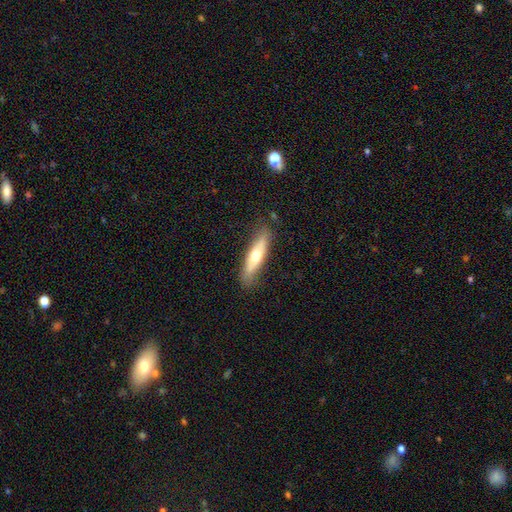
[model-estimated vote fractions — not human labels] A smooth galaxy with no disk features (56%) that is cigar-shaped (69%).

Vote fractions:
- Smooth or featured? smooth: 56% / featured or disk: 38% / star or artifact: 6%
- How rounded? cigar-shaped: 69% / in between: 29% / round: 2%
- Merging? none: 83% / minor disturbance: 13% / major disturbance: 3% / merger: 1%